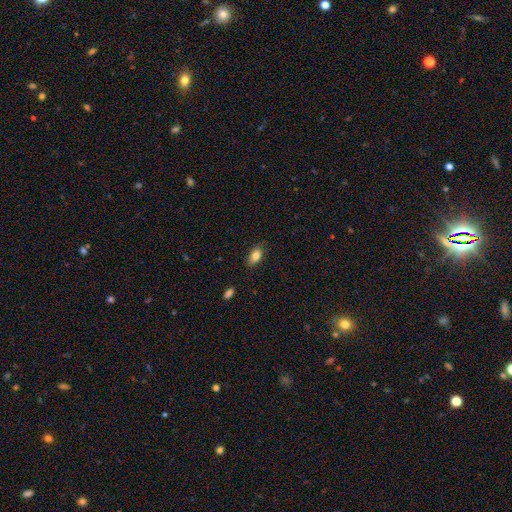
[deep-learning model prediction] Q: Smooth or featured?
A: smooth (84%); runner-up: featured or disk (8%)
Q: How rounded?
A: in between (89%); runner-up: round (6%)
Q: Merging?
A: none (85%); runner-up: minor disturbance (11%)